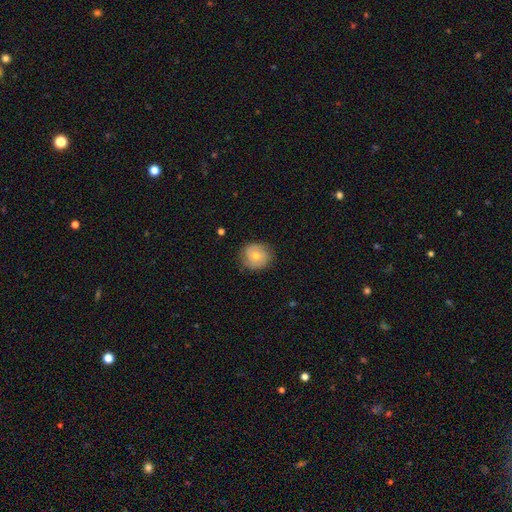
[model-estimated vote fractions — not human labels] smooth_or_featured: smooth (p=0.57) [alt: featured or disk p=0.34]
how_rounded: round (p=0.89) [alt: in between p=0.10]
merging: none (p=0.82) [alt: minor disturbance p=0.14]